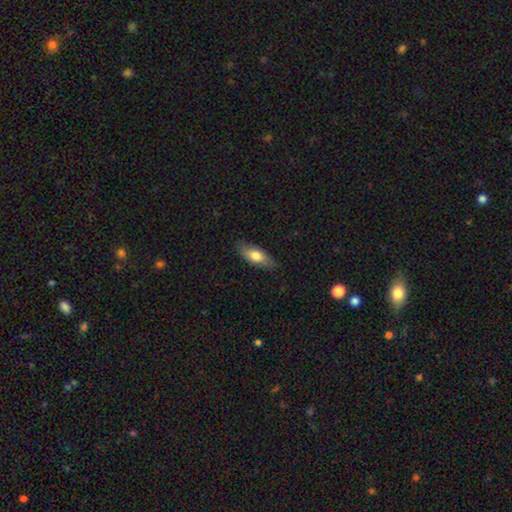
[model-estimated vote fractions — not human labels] Smooth or featured: smooth — 70% (featured or disk — 24%)
How rounded: in between — 73% (cigar-shaped — 24%)
Merging: none — 82% (minor disturbance — 14%)